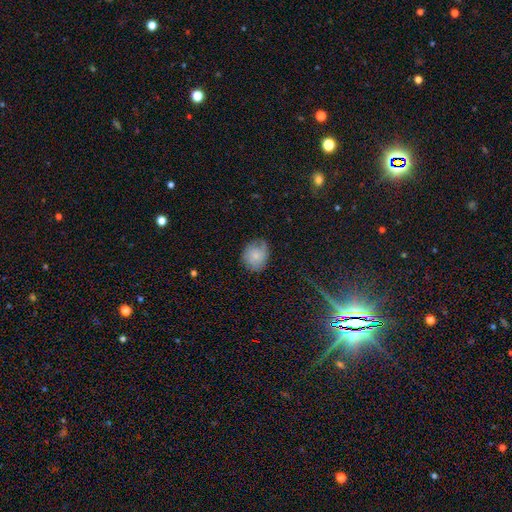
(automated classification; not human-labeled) Smooth or featured?
  - smooth: 69% *
  - featured or disk: 23%
  - star or artifact: 9%
How rounded?
  - round: 68% *
  - in between: 31%
  - cigar-shaped: 1%
Merging?
  - none: 63% *
  - minor disturbance: 27%
  - major disturbance: 8%
  - merger: 1%